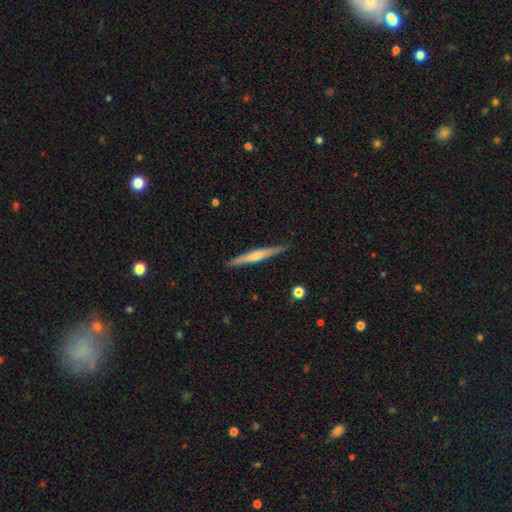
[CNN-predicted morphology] Smooth or featured?
  - featured or disk: 59% *
  - smooth: 35%
  - star or artifact: 5%
Edge-on disk?
  - yes: 97% *
  - no: 3%
Edge-on bulge?
  - rounded: 60% *
  - none: 30%
  - boxy: 10%
Merging?
  - none: 90% *
  - minor disturbance: 8%
  - major disturbance: 1%
  - merger: 1%